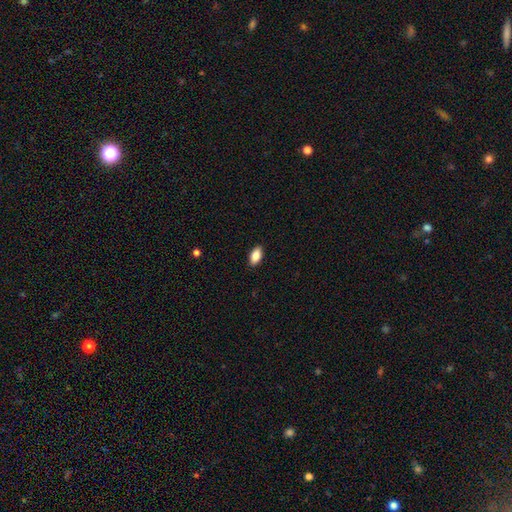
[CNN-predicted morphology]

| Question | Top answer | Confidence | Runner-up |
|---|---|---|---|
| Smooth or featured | smooth | 86% | star or artifact (7%) |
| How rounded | in between | 92% | cigar-shaped (4%) |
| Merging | none | 89% | minor disturbance (8%) |